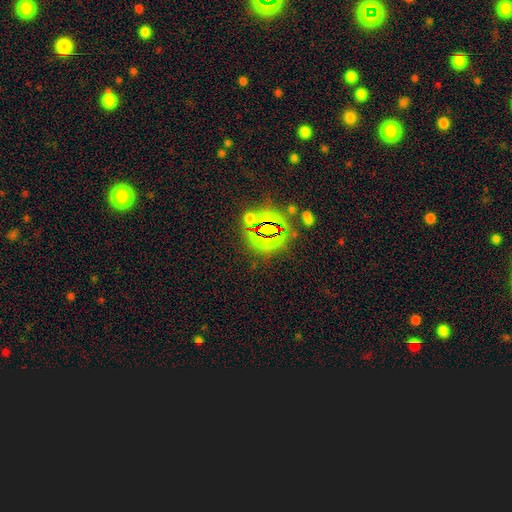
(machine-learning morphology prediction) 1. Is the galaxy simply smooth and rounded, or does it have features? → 81% star or artifact, 11% smooth, 8% featured or disk.